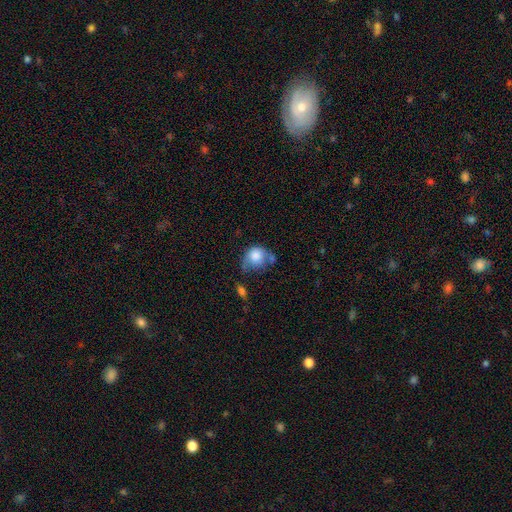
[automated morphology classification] This is likely a smooth galaxy (77%). How rounded: likely round (77%). Merging: marginally none (34%).